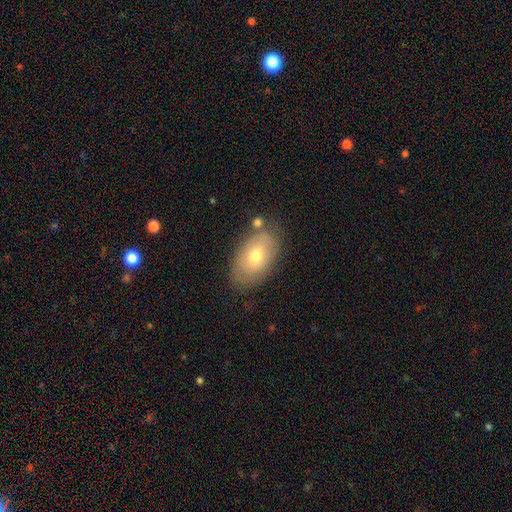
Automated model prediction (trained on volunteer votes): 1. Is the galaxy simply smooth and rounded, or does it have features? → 60% smooth, 33% featured or disk, 7% star or artifact.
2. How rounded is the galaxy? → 92% in between, 7% round, 2% cigar-shaped.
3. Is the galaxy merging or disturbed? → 72% none, 17% minor disturbance, 6% merger, 5% major disturbance.